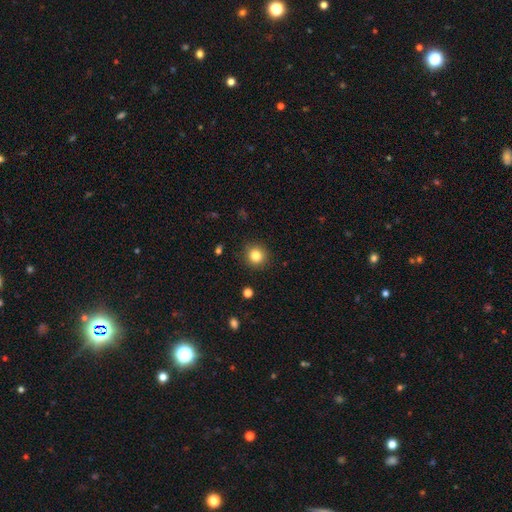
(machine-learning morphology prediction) A smooth galaxy with no disk features (83%) that is round (93%).

Vote fractions:
- Smooth or featured? smooth: 83% / star or artifact: 11% / featured or disk: 6%
- How rounded? round: 93% / in between: 6% / cigar-shaped: 1%
- Merging? none: 90% / minor disturbance: 6% / major disturbance: 2% / merger: 1%